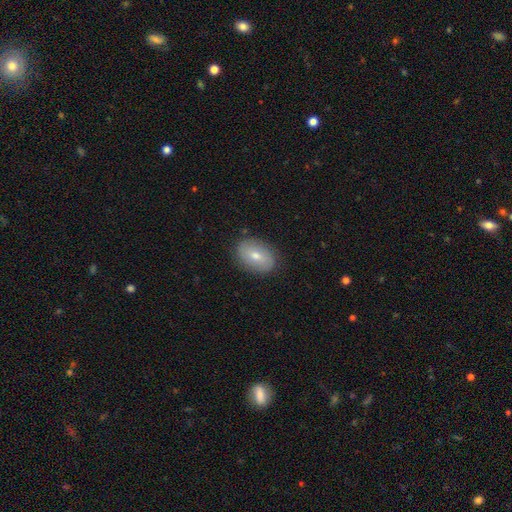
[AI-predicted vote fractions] Overall: smooth (60%; featured or disk 31%). How rounded: in between (83%). Merging: none (86%).